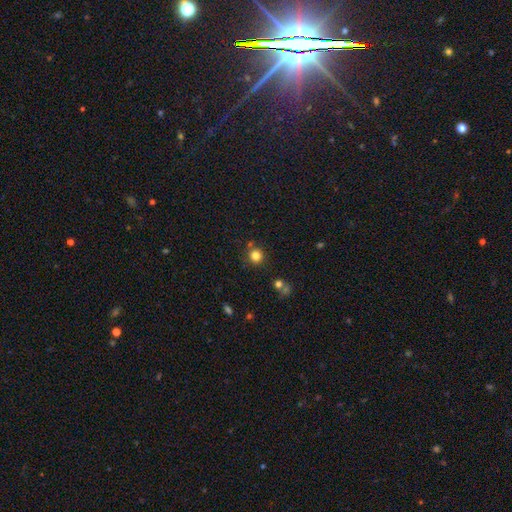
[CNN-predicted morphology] A smooth galaxy with no disk features (81%) that is round (93%). Merging: none (81%).